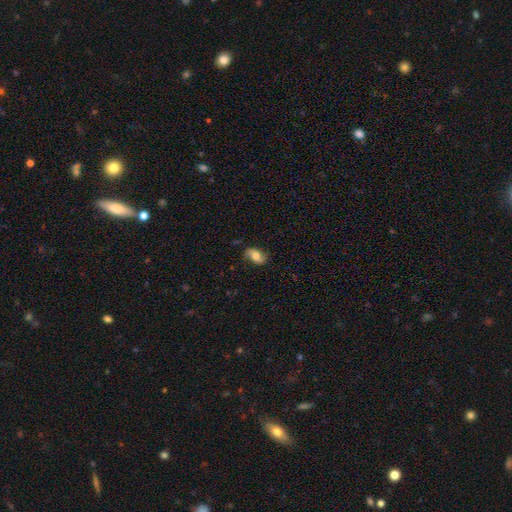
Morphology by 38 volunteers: Smooth or featured? smooth (66%)
How rounded? in between (92%)
Merging? none (84%)